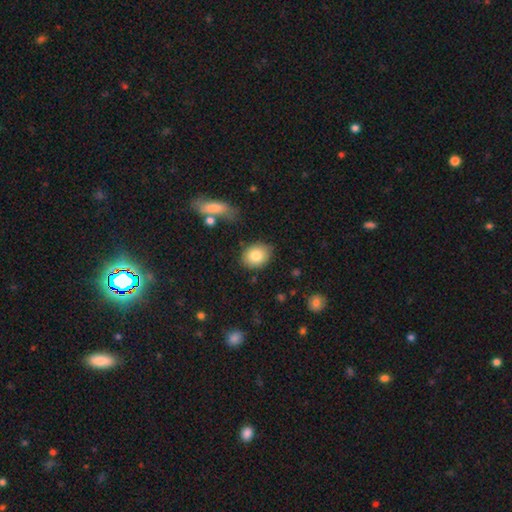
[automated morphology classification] smooth_or_featured: smooth (p=0.81) [alt: featured or disk p=0.10]
how_rounded: in between (p=0.52) [alt: round p=0.47]
merging: none (p=0.81) [alt: minor disturbance p=0.13]